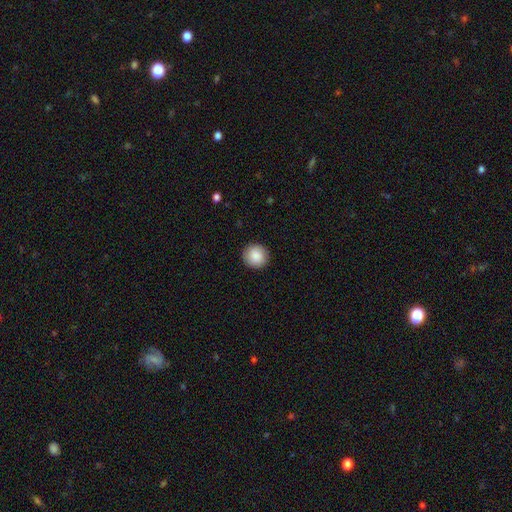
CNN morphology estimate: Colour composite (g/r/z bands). It shows a smooth galaxy with no disk features (88%) that is round (94%). Merging: none (91%).